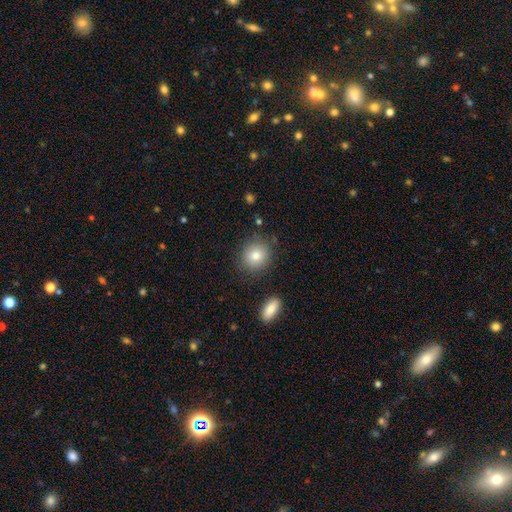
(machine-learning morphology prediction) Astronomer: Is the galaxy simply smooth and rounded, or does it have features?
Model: smooth — 81%.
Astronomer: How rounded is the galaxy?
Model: round — 84%.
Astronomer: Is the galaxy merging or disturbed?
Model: none — 83%.